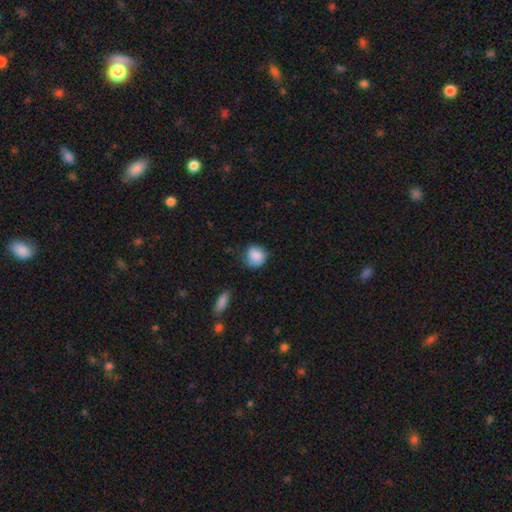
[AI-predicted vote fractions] The model was most divided on "merging": none: 64%, minor disturbance: 27%, major disturbance: 7%, merger: 2%. More confident: smooth or featured — smooth (84%); how rounded — round (79%).